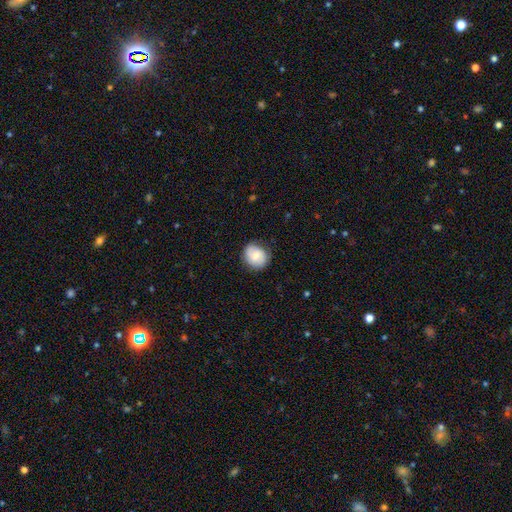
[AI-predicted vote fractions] This appears to be a smooth galaxy with no disk features (70%) that is round (71%). Merging: none (76%).